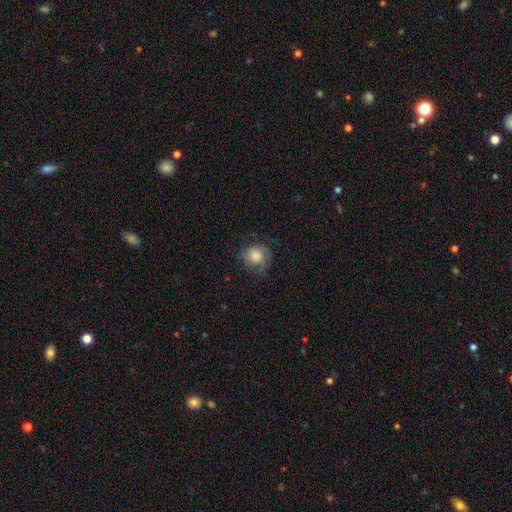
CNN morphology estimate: type=smooth (76%); roundness=round (83%); merging=none (61%).